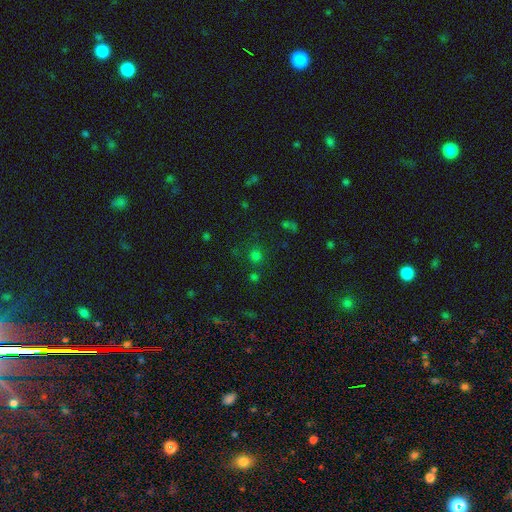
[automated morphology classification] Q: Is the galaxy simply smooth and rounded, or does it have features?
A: smooth — 64%.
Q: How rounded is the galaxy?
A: round — 87%.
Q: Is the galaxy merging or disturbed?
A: none — 76%.